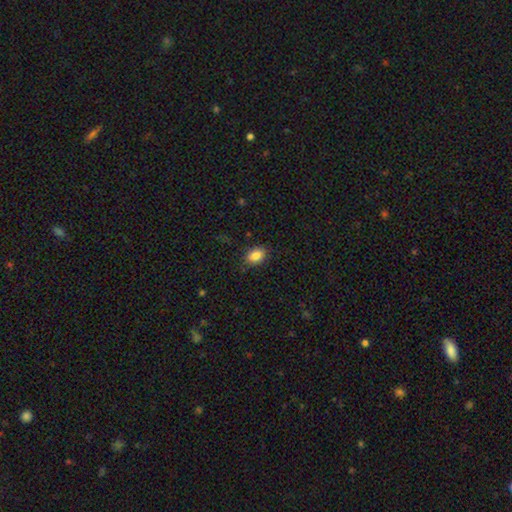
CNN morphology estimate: Q: Smooth or featured?
A: smooth (85%); runner-up: star or artifact (9%)
Q: How rounded?
A: in between (82%); runner-up: round (17%)
Q: Merging?
A: none (85%); runner-up: minor disturbance (12%)